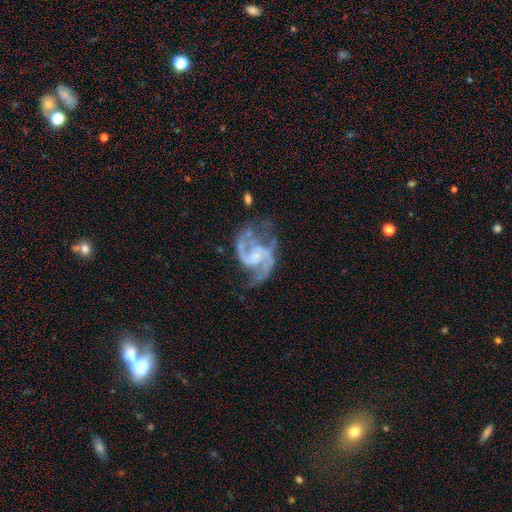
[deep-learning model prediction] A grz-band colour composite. It shows a featured or disk galaxy (90%) with no bar (50%), 2 (87%) medium (53%) spiral arms (96%) and a small central bulge (46%). Merging: none (51%).